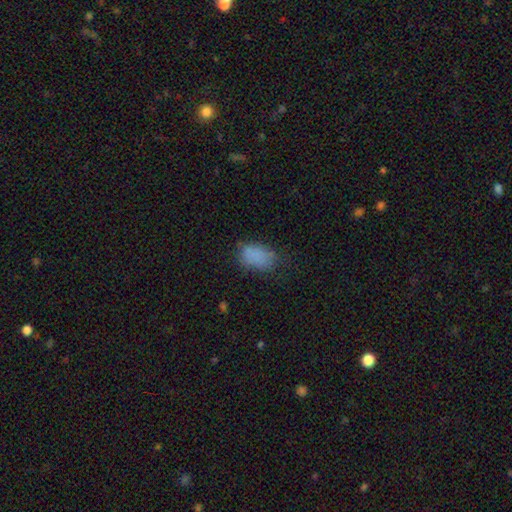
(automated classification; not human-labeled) smooth-or-featured: smooth: 79% | star or artifact: 12% | featured or disk: 10%
  how-rounded: in between: 89% | round: 9% | cigar-shaped: 2%
  merging: none: 55% | minor disturbance: 28% | major disturbance: 14% | merger: 3%